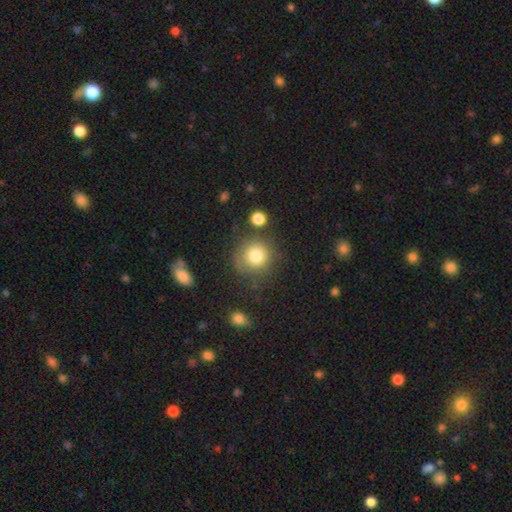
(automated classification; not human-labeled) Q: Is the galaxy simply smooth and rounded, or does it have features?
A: smooth — 81%.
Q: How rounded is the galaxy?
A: round — 91%.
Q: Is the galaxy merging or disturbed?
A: none — 73%.